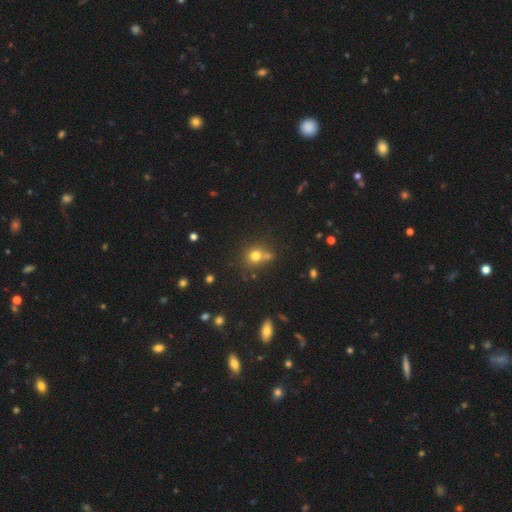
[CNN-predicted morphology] Q: Smooth or featured?
A: smooth (73%); runner-up: star or artifact (17%)
Q: How rounded?
A: round (82%); runner-up: in between (17%)
Q: Merging?
A: none (55%); runner-up: merger (30%)